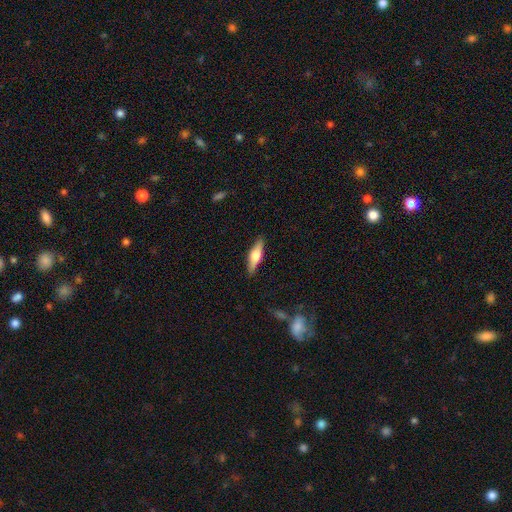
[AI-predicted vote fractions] A featured or disk galaxy (53%) viewed edge-on (93%).

Vote fractions:
- Smooth or featured? featured or disk: 53% / smooth: 41% / star or artifact: 6%
- Edge-on disk? yes: 93% / no: 7%
- Merging? none: 87% / minor disturbance: 9% / major disturbance: 2% / merger: 1%